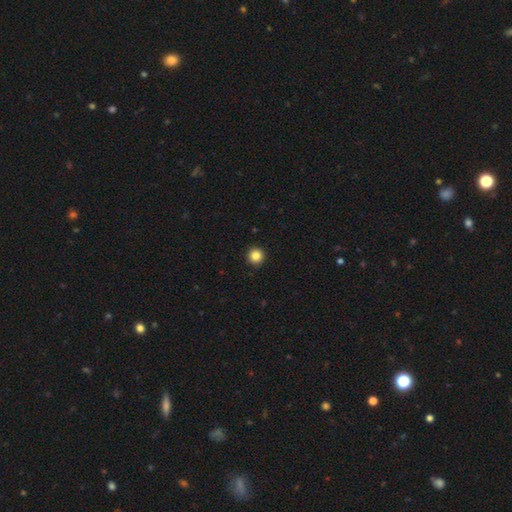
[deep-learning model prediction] A smooth galaxy with no disk features (85%) that is round (95%).

Vote fractions:
- Smooth or featured? smooth: 85% / star or artifact: 11% / featured or disk: 4%
- How rounded? round: 95% / in between: 4% / cigar-shaped: 1%
- Merging? none: 93% / minor disturbance: 5% / major disturbance: 1% / merger: 1%